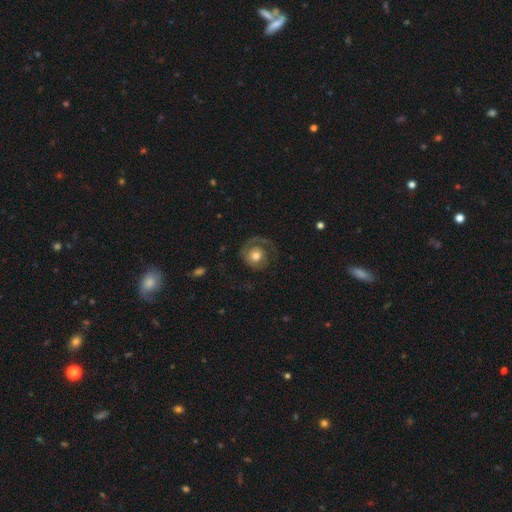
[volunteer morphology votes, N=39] Smooth or featured? 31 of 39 (79%) said featured or disk. Edge-on disk? 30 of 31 (97%) said no. Bar? 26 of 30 (87%) said no. Spiral arms? 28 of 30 (93%) said yes. Spiral winding? 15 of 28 (54%) said tight. Spiral arm count? 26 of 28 (93%) said 1. Bulge size? 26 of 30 (87%) said moderate. Merging? 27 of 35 (77%) said none.